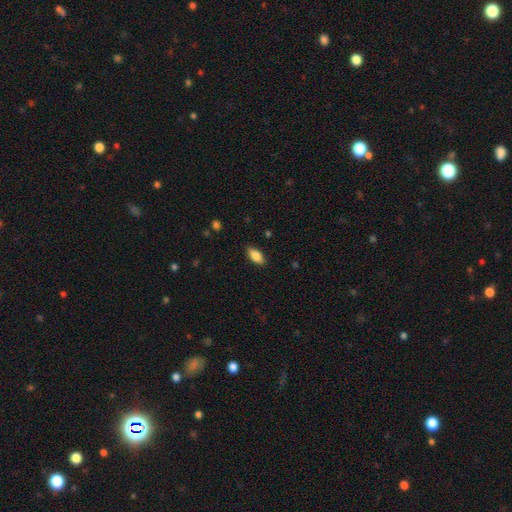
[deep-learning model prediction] A smooth galaxy with no disk features (86%) that is in between round and cigar-shaped (87%).

Vote fractions:
- Smooth or featured? smooth: 86% / featured or disk: 7% / star or artifact: 7%
- How rounded? in between: 87% / cigar-shaped: 10% / round: 3%
- Merging? none: 86% / minor disturbance: 11% / major disturbance: 2% / merger: 1%